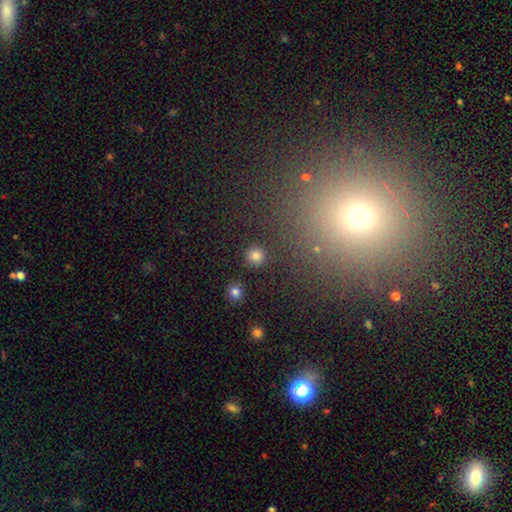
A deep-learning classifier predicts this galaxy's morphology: Smooth or featured?
  - smooth: 82% *
  - star or artifact: 14%
  - featured or disk: 4%
How rounded?
  - round: 95% *
  - in between: 4%
  - cigar-shaped: 1%
Merging?
  - none: 89% *
  - minor disturbance: 6%
  - major disturbance: 3%
  - merger: 2%